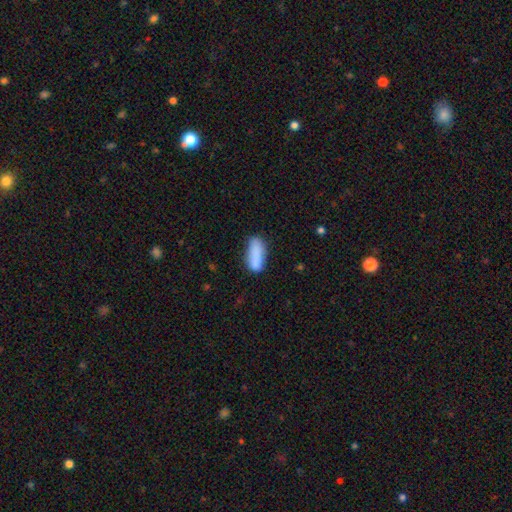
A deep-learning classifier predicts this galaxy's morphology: Smooth or featured? Predicted: smooth (p=0.84). How rounded? Predicted: in between (p=0.71). Merging? Predicted: none (p=0.62).